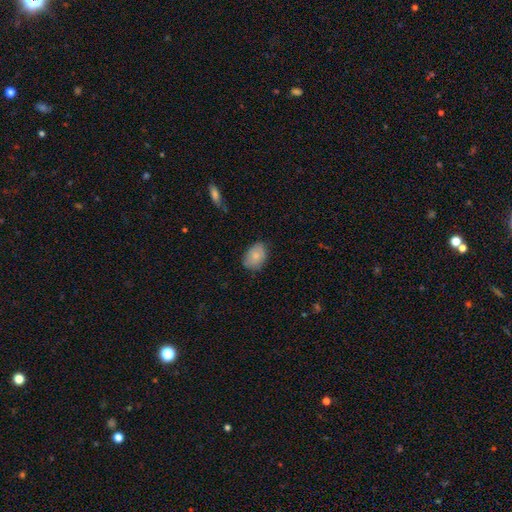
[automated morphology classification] This appears to be a smooth galaxy with no disk features (82%) that is in between round and cigar-shaped (77%). Merging: none (76%).